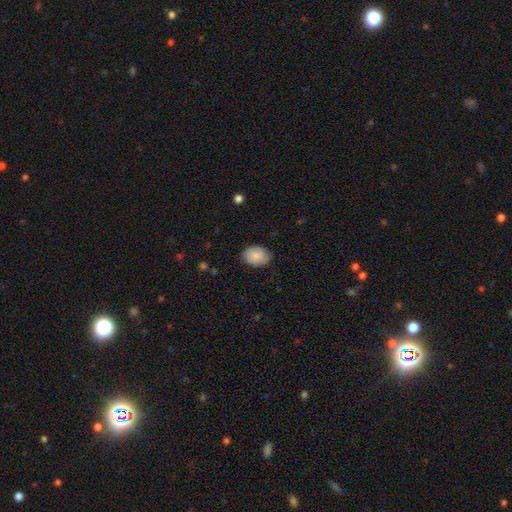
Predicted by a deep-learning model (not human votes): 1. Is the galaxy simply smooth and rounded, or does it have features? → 87% smooth, 7% featured or disk, 6% star or artifact.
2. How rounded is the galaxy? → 71% in between, 29% round, 1% cigar-shaped.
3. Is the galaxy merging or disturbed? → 83% none, 14% minor disturbance, 3% major disturbance, 1% merger.